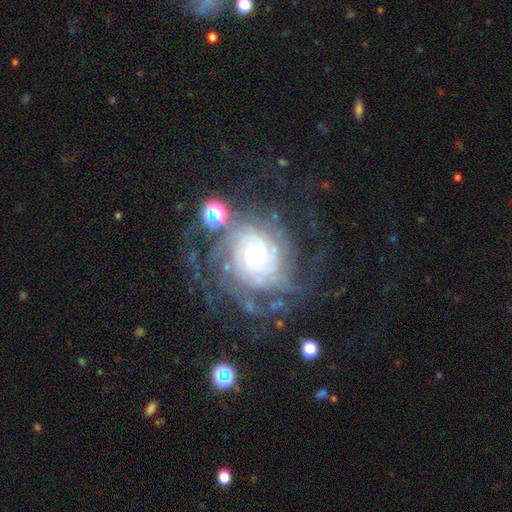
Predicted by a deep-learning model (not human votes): Q: Smooth or featured?
A: featured or disk (85%); runner-up: star or artifact (8%)
Q: Edge-on disk?
A: no (97%); runner-up: yes (3%)
Q: Bar?
A: no (74%); runner-up: weak (20%)
Q: Spiral arms?
A: yes (96%); runner-up: no (4%)
Q: Spiral winding?
A: tight (71%); runner-up: medium (23%)
Q: Spiral arm count?
A: can't tell (34%); runner-up: 4 (18%)
Q: Bulge size?
A: small (62%); runner-up: moderate (32%)
Q: Merging?
A: none (63%); runner-up: major disturbance (16%)